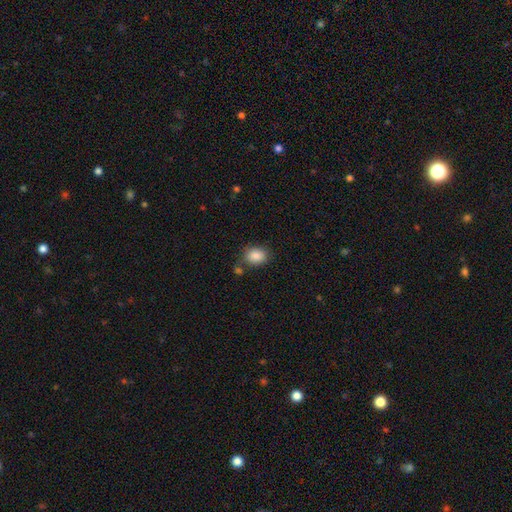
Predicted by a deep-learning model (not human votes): smooth 87%, star or artifact 8%, featured or disk 4%. Down the decision tree: how rounded — in between (63%); merging — none (74%).